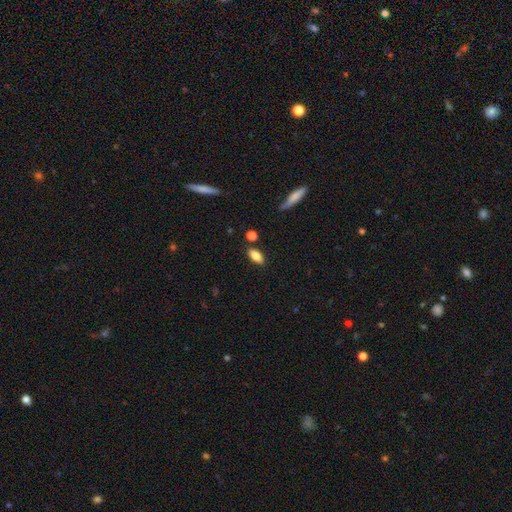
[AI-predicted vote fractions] This appears to be a smooth galaxy with no disk features (83%) that is in between round and cigar-shaped (85%). Merging: none (81%).